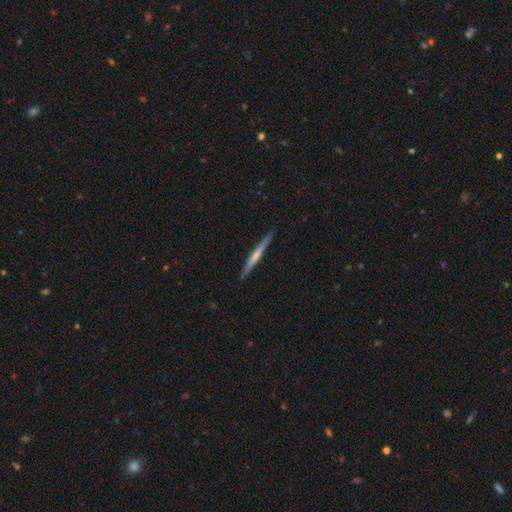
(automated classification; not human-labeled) Smooth or featured? Predicted: featured or disk (p=0.59). Edge-on disk? Predicted: yes (p=0.98). Edge-on bulge? Predicted: rounded (p=0.49). Merging? Predicted: none (p=0.90).